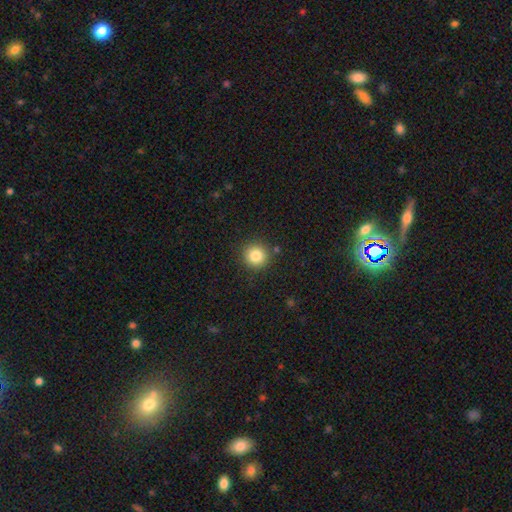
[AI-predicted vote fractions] Smooth or featured? Predicted: smooth (p=0.83). How rounded? Predicted: round (p=0.95). Merging? Predicted: none (p=0.89).